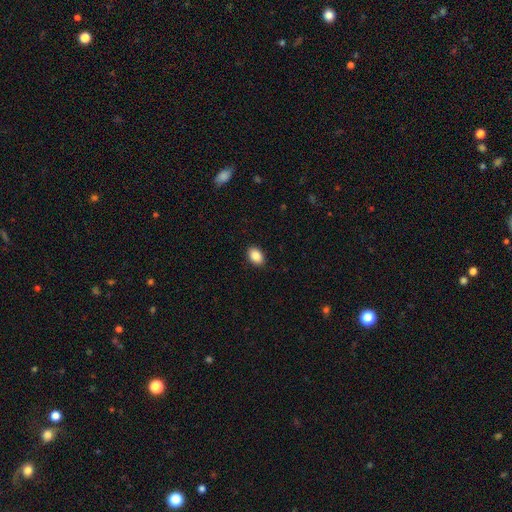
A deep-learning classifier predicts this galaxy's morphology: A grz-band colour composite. It shows a smooth galaxy with no disk features (88%) that is in between round and cigar-shaped (84%). Merging: none (89%).